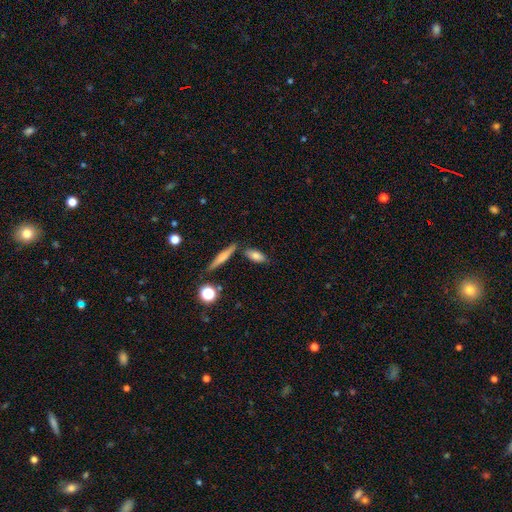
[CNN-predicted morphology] type=smooth (78%); roundness=in between (73%); merging=none (74%).